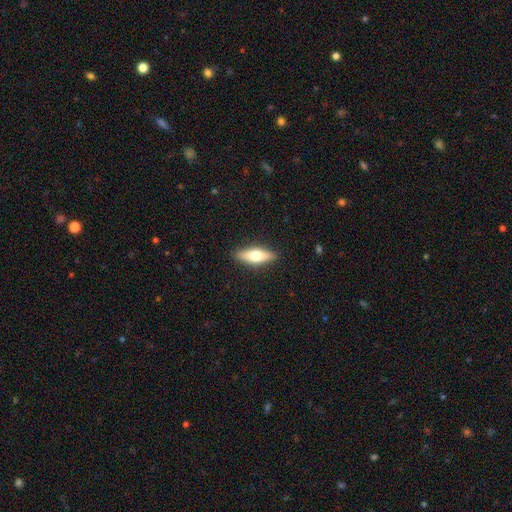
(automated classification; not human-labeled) Smooth or featured? smooth (59%)
How rounded? in between (58%)
Merging? none (89%)